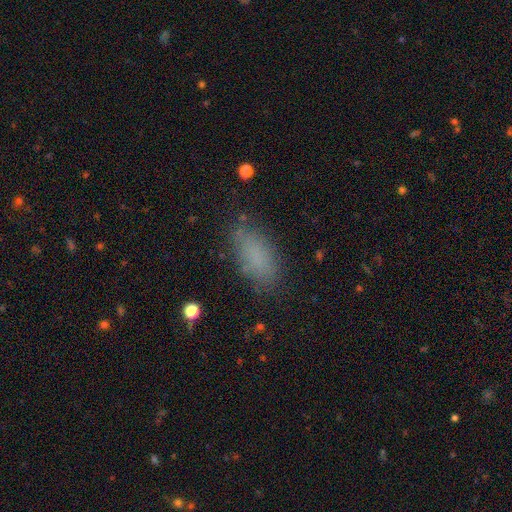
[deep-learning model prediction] Smooth or featured? smooth (79%)
How rounded? in between (85%)
Merging? none (76%)